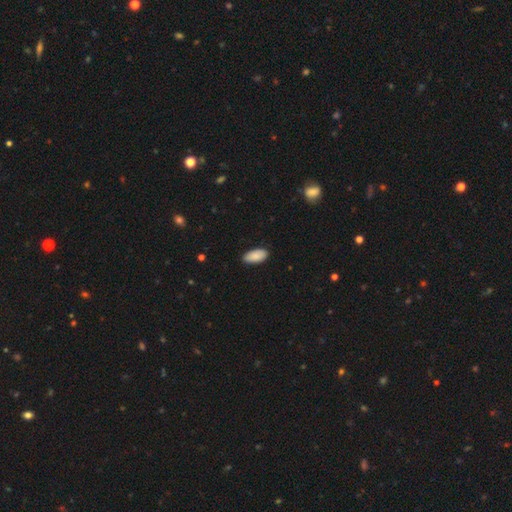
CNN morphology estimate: smooth-or-featured: smooth: 90% | star or artifact: 6% | featured or disk: 4%
  how-rounded: in between: 94% | cigar-shaped: 5% | round: 2%
  merging: none: 87% | minor disturbance: 10% | major disturbance: 2% | merger: 1%